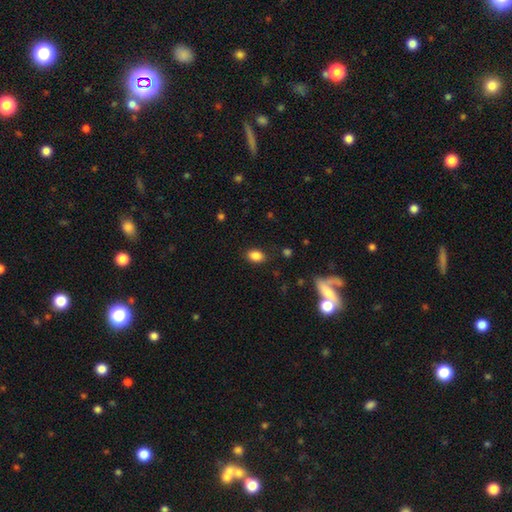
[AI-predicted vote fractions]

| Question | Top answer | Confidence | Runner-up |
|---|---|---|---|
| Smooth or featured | smooth | 86% | star or artifact (10%) |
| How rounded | in between | 80% | round (18%) |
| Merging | none | 85% | minor disturbance (11%) |